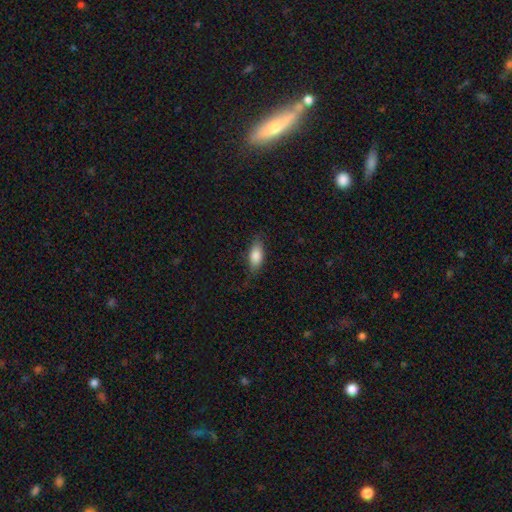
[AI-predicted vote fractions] This appears to be a smooth galaxy with no disk features (83%) that is in between round and cigar-shaped (85%). Merging: none (78%).